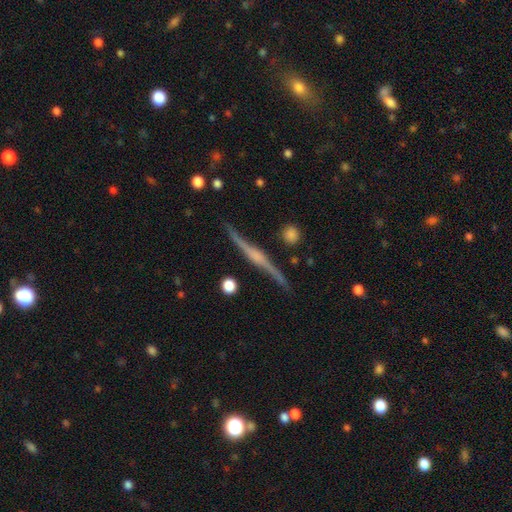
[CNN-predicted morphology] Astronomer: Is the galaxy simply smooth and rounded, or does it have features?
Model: featured or disk — 84%.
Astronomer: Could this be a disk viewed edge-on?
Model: yes — 96%.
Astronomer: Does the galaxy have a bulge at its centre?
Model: rounded — 68%.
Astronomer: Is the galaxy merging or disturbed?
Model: none — 85%.